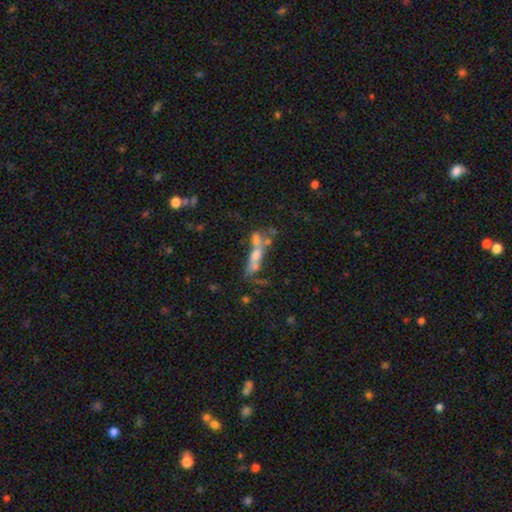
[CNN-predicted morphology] Smooth or featured? Predicted: featured or disk (p=0.47). Merging? Predicted: merger (p=0.42).